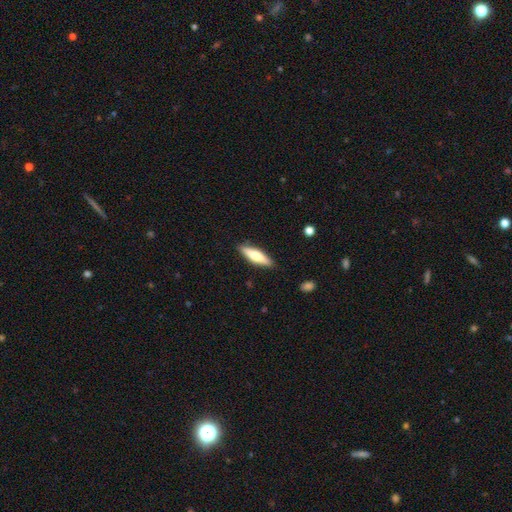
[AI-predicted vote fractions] A smooth galaxy with no disk features (60%) that is cigar-shaped (68%).

Vote fractions:
- Smooth or featured? smooth: 60% / featured or disk: 35% / star or artifact: 5%
- How rounded? cigar-shaped: 68% / in between: 30% / round: 2%
- Merging? none: 88% / minor disturbance: 9% / major disturbance: 2% / merger: 1%